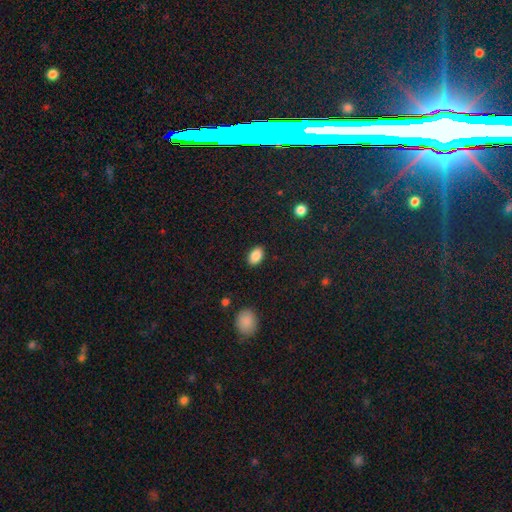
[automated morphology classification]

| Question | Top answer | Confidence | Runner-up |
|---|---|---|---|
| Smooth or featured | smooth | 88% | star or artifact (8%) |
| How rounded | in between | 89% | round (10%) |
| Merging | none | 88% | minor disturbance (9%) |